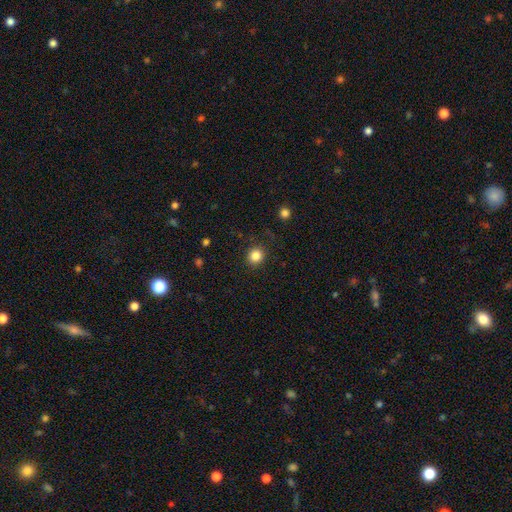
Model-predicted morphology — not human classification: A smooth galaxy with no disk features (85%) that is round (88%).

Vote fractions:
- Smooth or featured? smooth: 85% / star or artifact: 11% / featured or disk: 4%
- How rounded? round: 88% / in between: 11% / cigar-shaped: 1%
- Merging? none: 88% / minor disturbance: 8% / major disturbance: 3% / merger: 1%